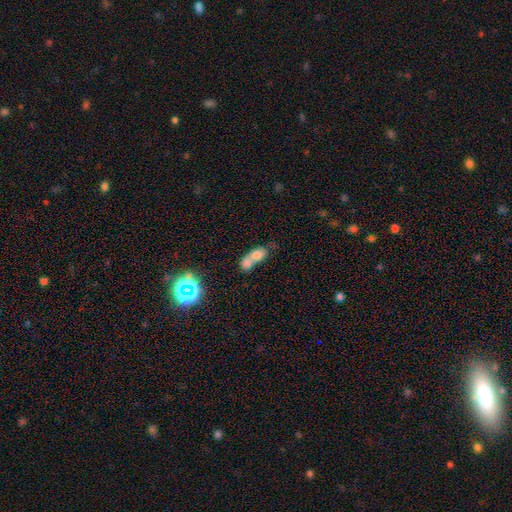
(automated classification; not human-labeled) Morphology: type=smooth (68%); roundness=in between (69%); merging=merger (73%).